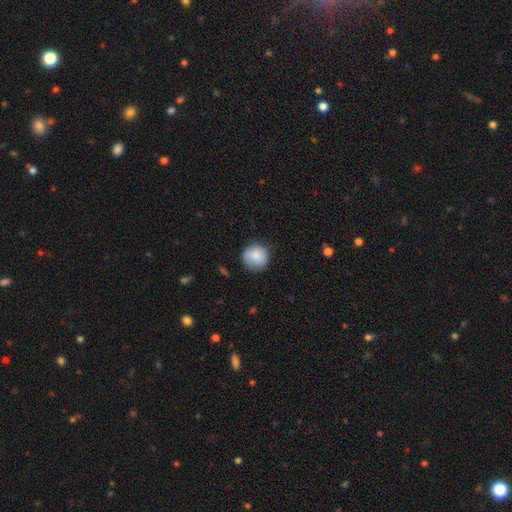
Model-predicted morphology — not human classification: type=smooth (84%); roundness=round (91%); merging=none (77%).